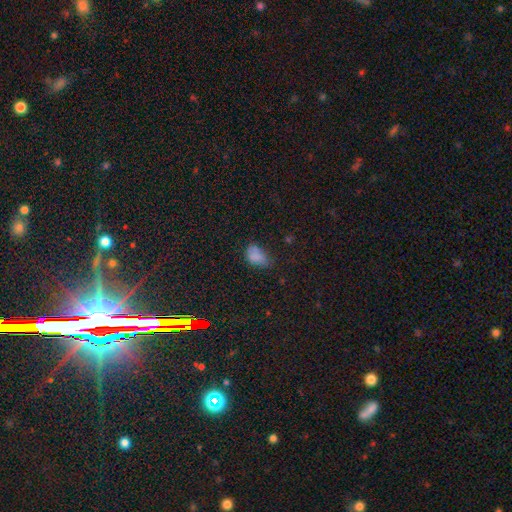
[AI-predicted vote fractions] Smooth or featured: smooth — 75% (star or artifact — 16%)
How rounded: in between — 87% (round — 11%)
Merging: none — 44% (minor disturbance — 35%)